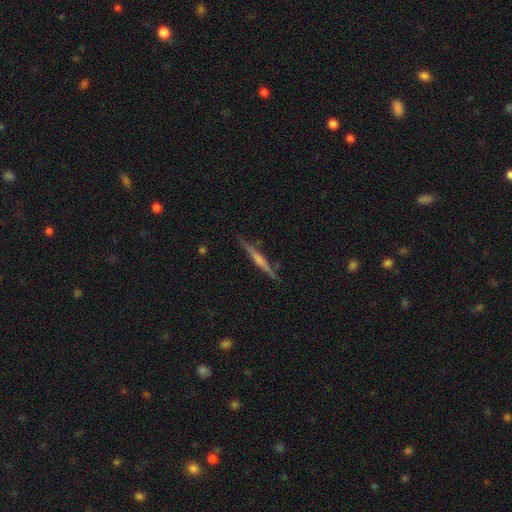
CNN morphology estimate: Overall: featured or disk (64%; smooth 29%). Edge-on disk: yes (98%). Edge-on bulge: none (46%; rounded 39%). Merging: none (89%).